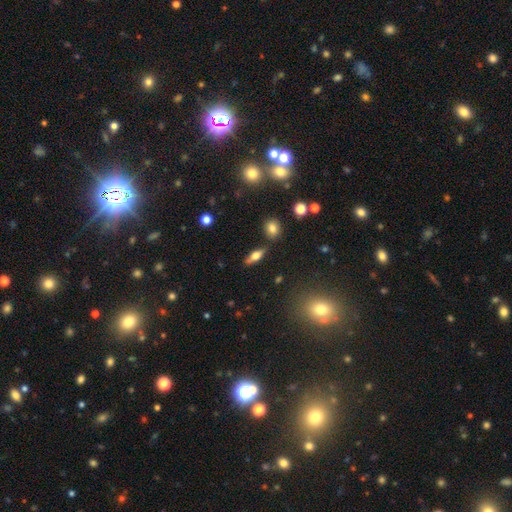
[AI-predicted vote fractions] A featured or disk galaxy (46%).

Vote fractions:
- Smooth or featured? featured or disk: 46% / smooth: 45% / star or artifact: 9%
- Merging? none: 81% / minor disturbance: 11% / merger: 5% / major disturbance: 3%